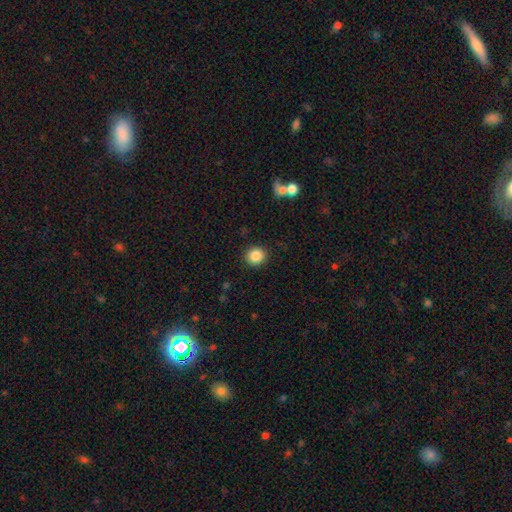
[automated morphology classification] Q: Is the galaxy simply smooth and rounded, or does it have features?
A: smooth — 86%.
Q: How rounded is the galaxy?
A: round — 87%.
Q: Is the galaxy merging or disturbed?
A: none — 90%.